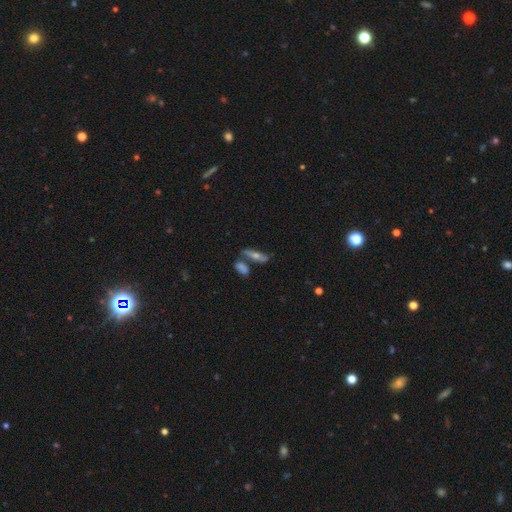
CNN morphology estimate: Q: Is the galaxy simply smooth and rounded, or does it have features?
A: smooth — 49%.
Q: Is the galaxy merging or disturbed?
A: none — 61%.